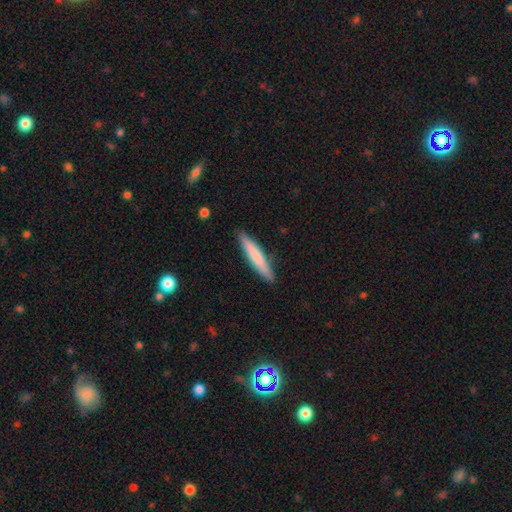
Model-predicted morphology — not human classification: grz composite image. It shows a smooth galaxy with no disk features (74%) that is cigar-shaped (93%). Merging: none (89%).